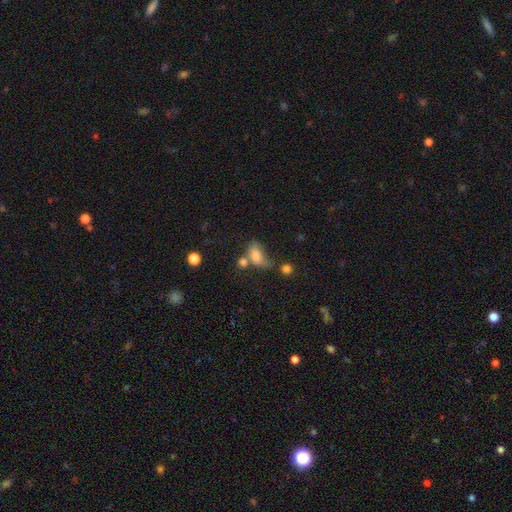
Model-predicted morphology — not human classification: The model was most divided on "merging": merger: 31%, none: 28%, minor disturbance: 22%, major disturbance: 19%. More confident: how rounded — in between (82%); smooth or featured — smooth (72%).